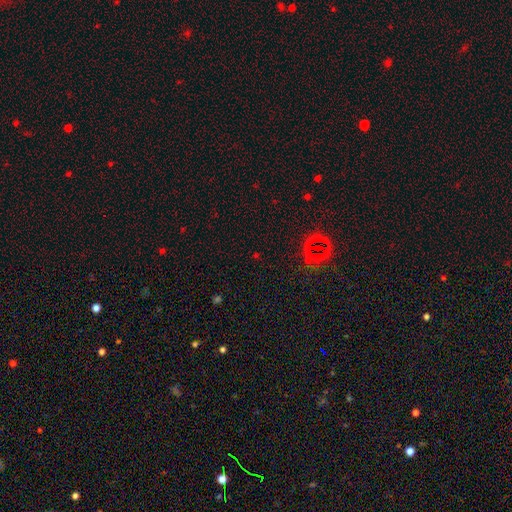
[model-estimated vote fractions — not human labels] smooth-or-featured: star or artifact: 69% | smooth: 24% | featured or disk: 8%